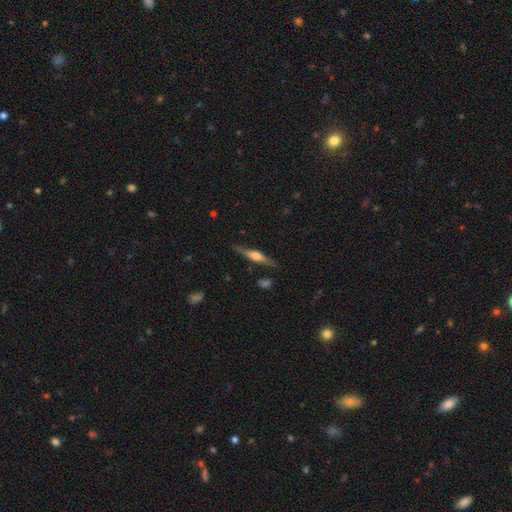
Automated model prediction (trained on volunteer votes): smooth-or-featured: featured or disk: 63% | smooth: 31% | star or artifact: 6%
  disk-edge-on: yes: 96% | no: 4%
    edge-on-bulge: rounded: 83% | boxy: 13% | none: 4%
  merging: none: 84% | minor disturbance: 11% | major disturbance: 3% | merger: 2%